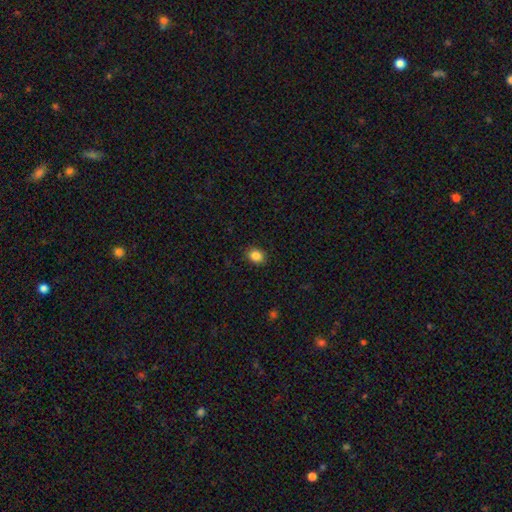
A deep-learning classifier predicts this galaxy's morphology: This appears to be a smooth galaxy with no disk features (86%) that is in between round and cigar-shaped (52%). Merging: none (88%).